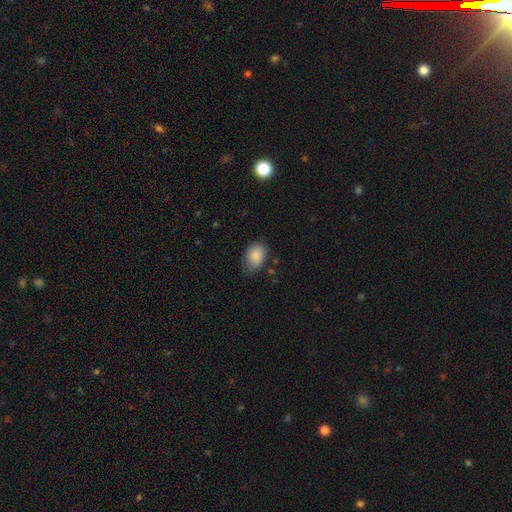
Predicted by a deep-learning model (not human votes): smooth 88%, star or artifact 7%, featured or disk 5%. Down the decision tree: how rounded — in between (80%); merging — none (65%).